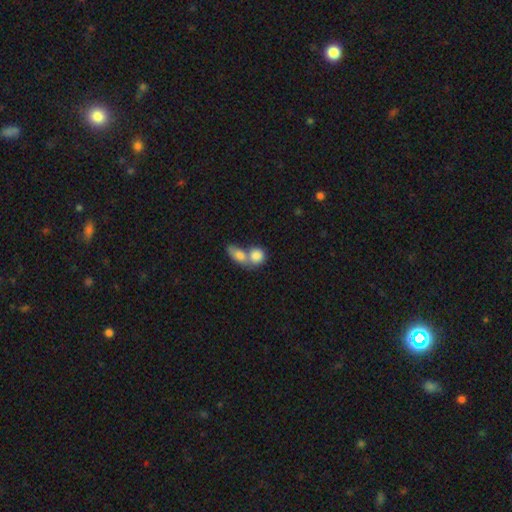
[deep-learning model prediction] Smooth or featured? smooth (82%)
How rounded? round (58%)
Merging? merger (66%)